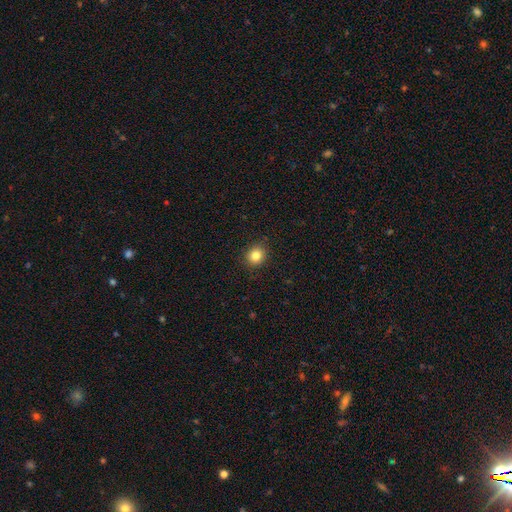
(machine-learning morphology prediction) Overall: smooth (83%). How rounded: round (81%). Merging: none (91%).